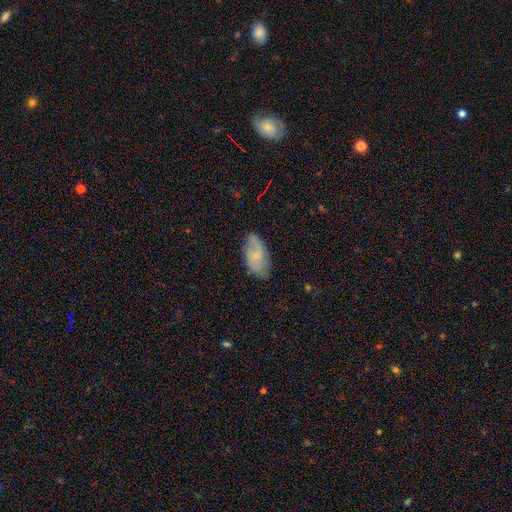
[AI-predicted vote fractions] Overall: smooth (53%; featured or disk 39%). How rounded: in between (93%). Merging: none (72%).